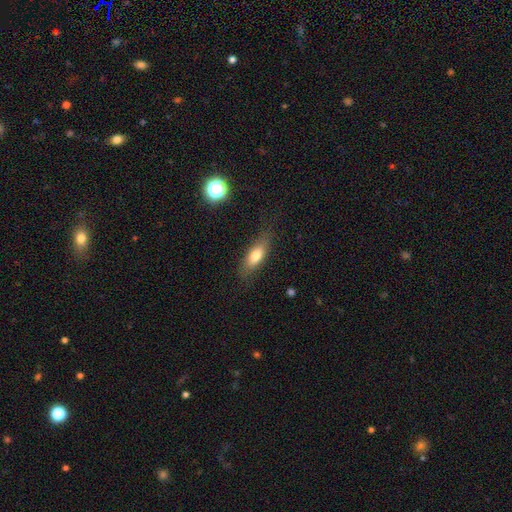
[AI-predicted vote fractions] A smooth galaxy with no disk features (71%) that is in between round and cigar-shaped (67%). Merging: none (76%).